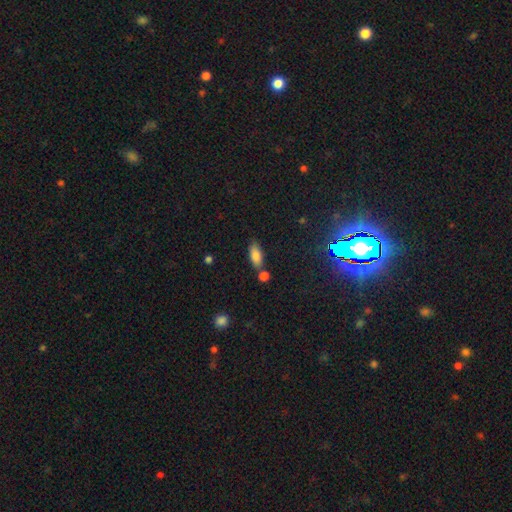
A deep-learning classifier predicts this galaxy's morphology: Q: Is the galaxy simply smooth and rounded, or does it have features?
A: smooth — 82%.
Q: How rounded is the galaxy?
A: in between — 83%.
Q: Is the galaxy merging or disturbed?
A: none — 66%.